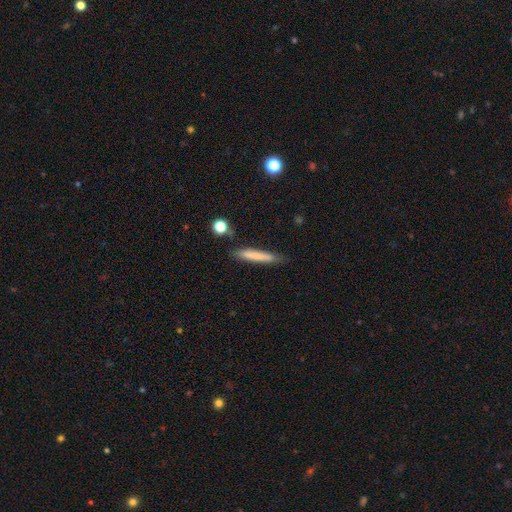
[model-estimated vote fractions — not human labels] smooth-or-featured: smooth: 74% | featured or disk: 19% | star or artifact: 7%
  how-rounded: cigar-shaped: 94% | in between: 5% | round: 1%
  merging: none: 82% | minor disturbance: 13% | major disturbance: 3% | merger: 3%